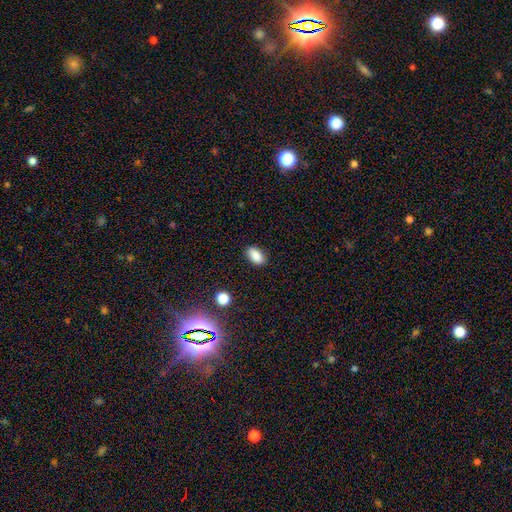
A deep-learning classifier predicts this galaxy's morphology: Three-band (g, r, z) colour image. It shows a smooth galaxy with no disk features (87%) that is in between round and cigar-shaped (91%). Merging: none (87%).